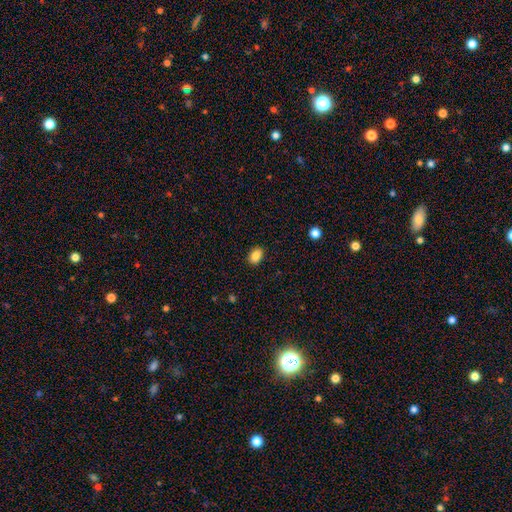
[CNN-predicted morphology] The model was most divided on "how rounded": in between: 80%, round: 19%, cigar-shaped: 1%. More confident: merging — none (88%); smooth or featured — smooth (86%).